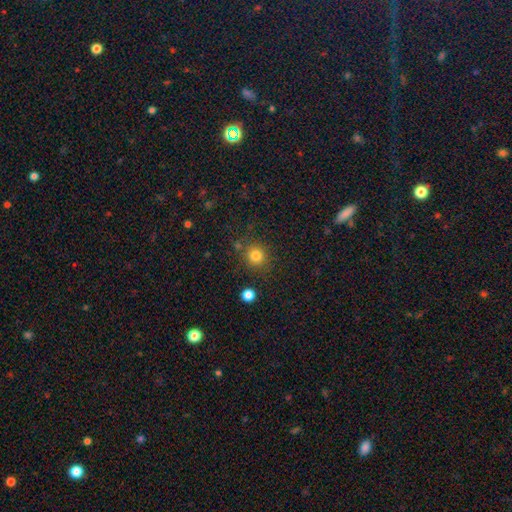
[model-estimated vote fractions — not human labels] Overall: smooth (82%). How rounded: round (90%). Merging: none (83%).